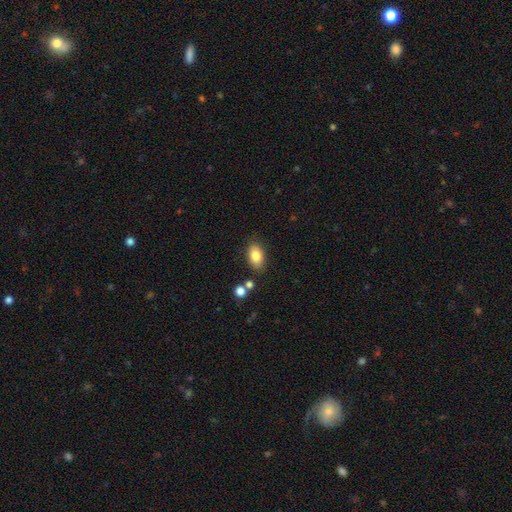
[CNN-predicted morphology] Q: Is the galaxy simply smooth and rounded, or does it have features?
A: smooth — 82%.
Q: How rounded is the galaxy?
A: in between — 90%.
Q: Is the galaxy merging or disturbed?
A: none — 82%.